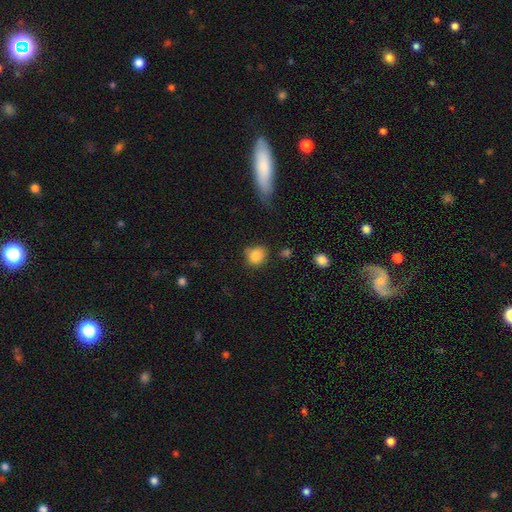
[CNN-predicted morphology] type=smooth (85%); roundness=round (77%); merging=none (70%).